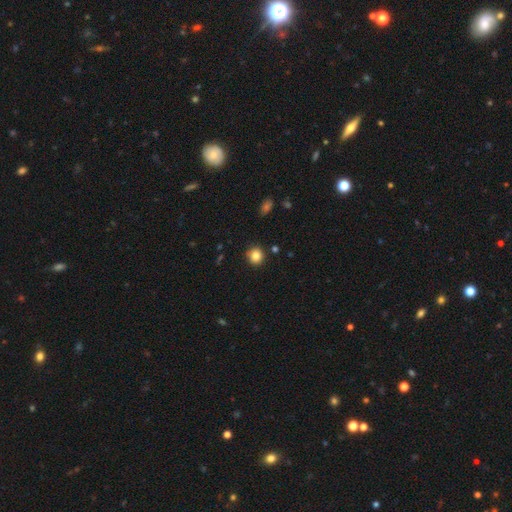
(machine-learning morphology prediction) This is clearly a smooth galaxy (83%). How rounded: clearly round (90%). Merging: clearly none (90%).